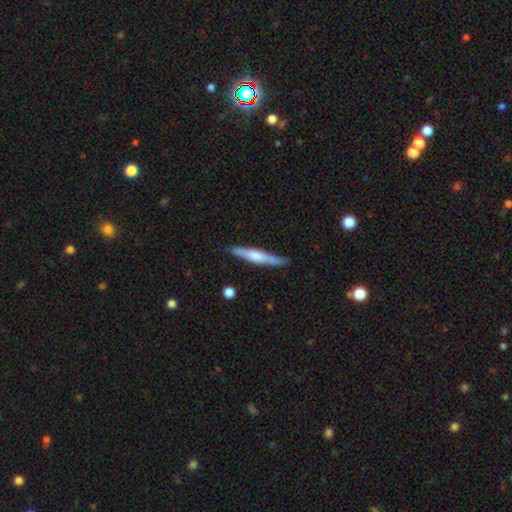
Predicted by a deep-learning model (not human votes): Smooth or featured: featured or disk — 48% (smooth — 47%)
Merging: none — 84% (minor disturbance — 13%)